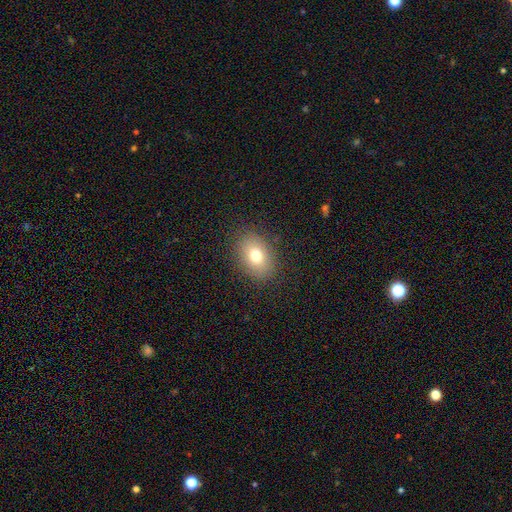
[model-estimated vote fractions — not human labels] This is likely a smooth galaxy (75%). How rounded: likely in between (70%). Merging: clearly none (87%).